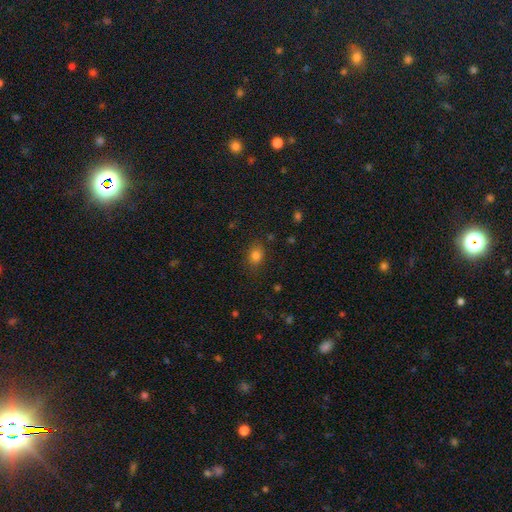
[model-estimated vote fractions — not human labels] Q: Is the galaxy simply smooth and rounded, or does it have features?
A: smooth — 80%.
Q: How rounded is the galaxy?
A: in between — 54%.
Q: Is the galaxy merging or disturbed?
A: none — 82%.